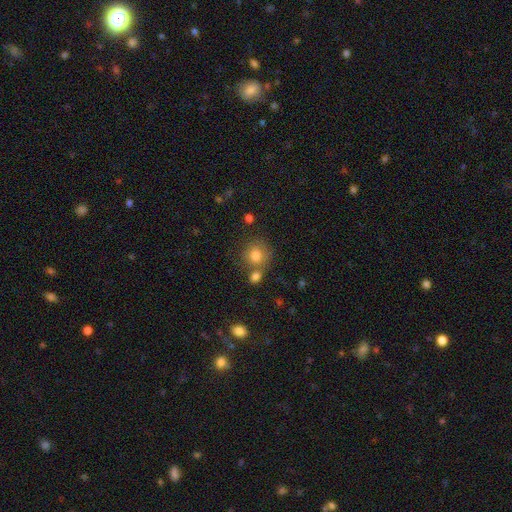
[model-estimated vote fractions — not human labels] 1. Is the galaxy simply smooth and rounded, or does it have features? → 80% smooth, 11% star or artifact, 9% featured or disk.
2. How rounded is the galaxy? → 84% round, 15% in between, 1% cigar-shaped.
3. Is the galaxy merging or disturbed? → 58% none, 25% merger, 12% minor disturbance, 5% major disturbance.